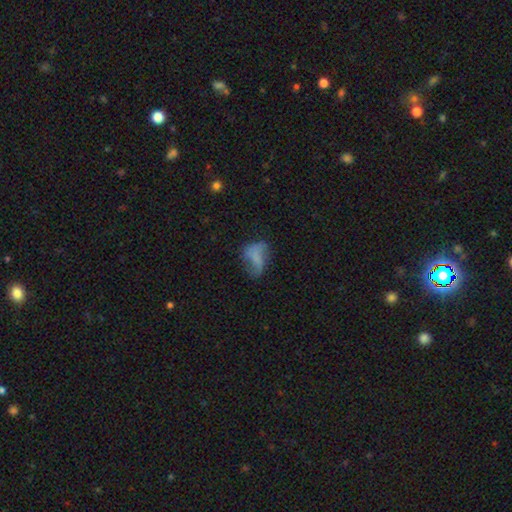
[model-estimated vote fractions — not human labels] Smooth or featured? Predicted: smooth (p=0.56). How rounded? Predicted: in between (p=0.83). Merging? Predicted: none (p=0.38).